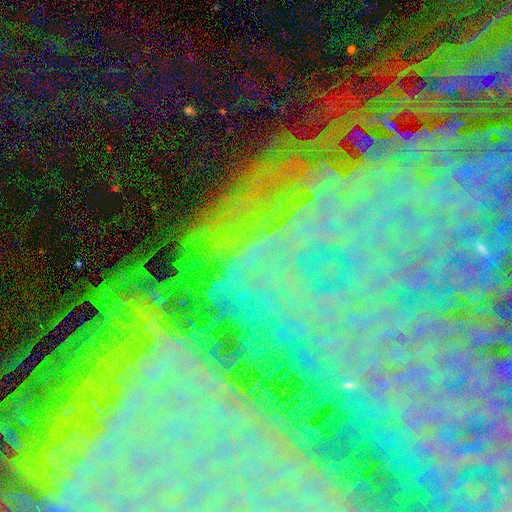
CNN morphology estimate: Overall: star or artifact (70%).